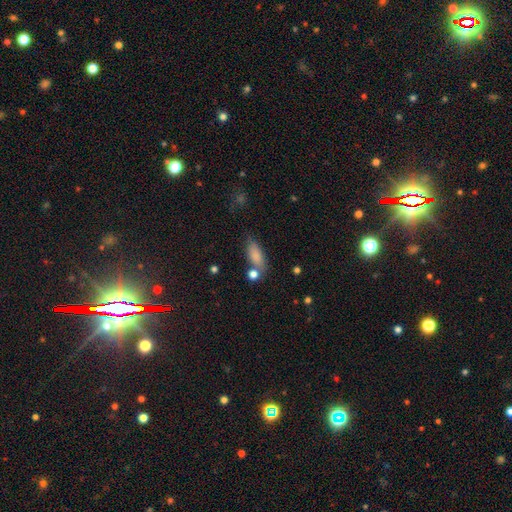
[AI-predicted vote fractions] A smooth galaxy with no disk features (82%) that is in between round and cigar-shaped (77%). Merging: none (58%).